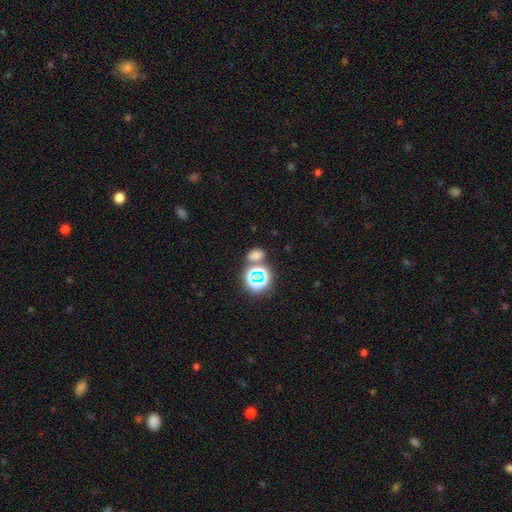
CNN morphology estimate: smooth 61%, star or artifact 32%, featured or disk 7%. Down the decision tree: how rounded — in between (61%); merging — none (67%).